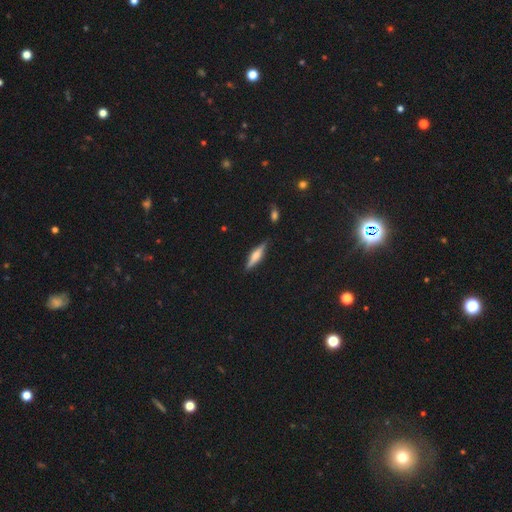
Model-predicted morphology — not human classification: A featured or disk galaxy (49%).

Vote fractions:
- Smooth or featured? featured or disk: 49% / smooth: 44% / star or artifact: 7%
- Merging? none: 85% / minor disturbance: 11% / major disturbance: 2% / merger: 2%